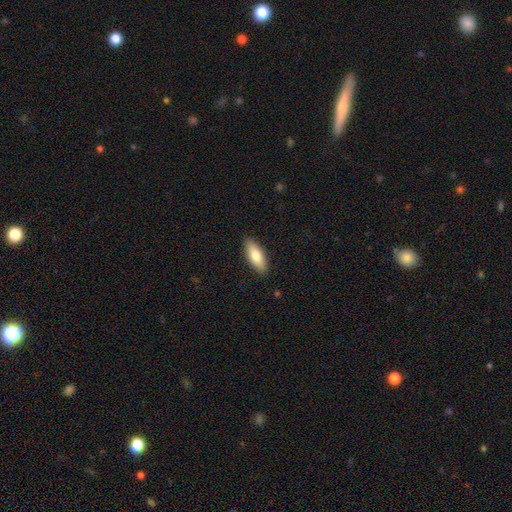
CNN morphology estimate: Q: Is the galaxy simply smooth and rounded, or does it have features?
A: smooth — 75%.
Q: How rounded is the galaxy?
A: in between — 71%.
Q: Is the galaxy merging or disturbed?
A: none — 89%.